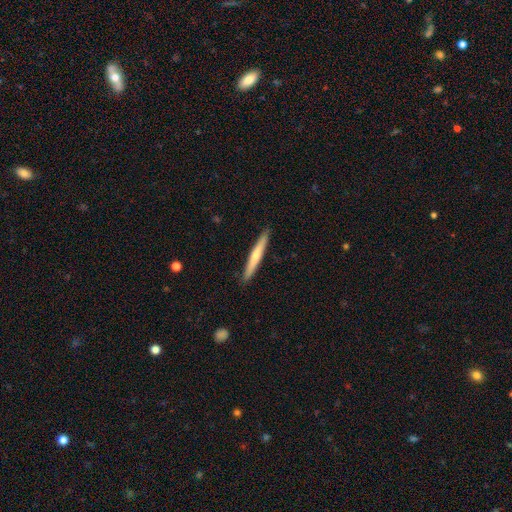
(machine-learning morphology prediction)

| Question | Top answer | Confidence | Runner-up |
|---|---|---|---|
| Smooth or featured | smooth | 57% | featured or disk (38%) |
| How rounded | cigar-shaped | 96% | in between (3%) |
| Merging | none | 91% | minor disturbance (7%) |